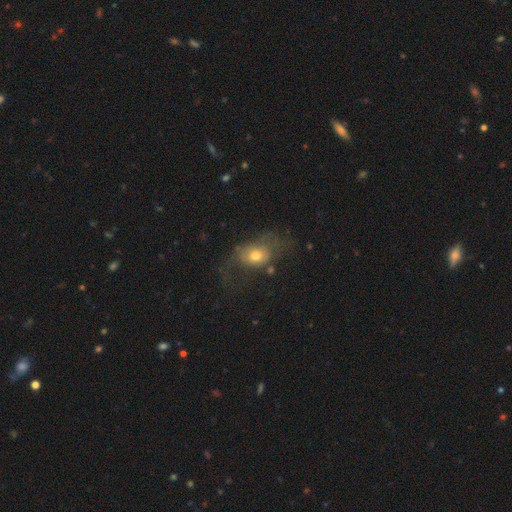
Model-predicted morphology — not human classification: A smooth galaxy with no disk features (61%) that is in between round and cigar-shaped (65%). Merging: major disturbance (42%).